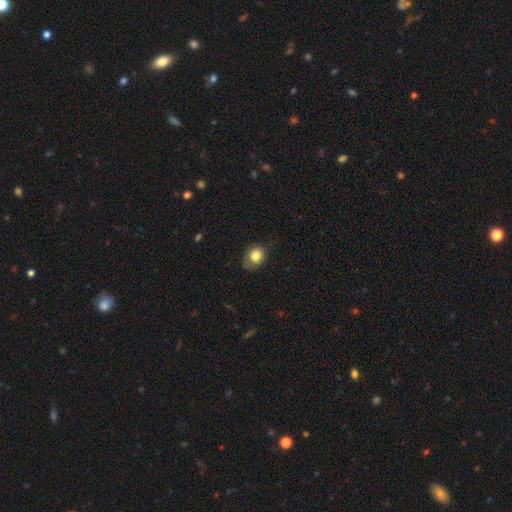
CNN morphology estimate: The model was most divided on "how rounded": round: 55%, in between: 44%, cigar-shaped: 1%. More confident: smooth or featured — smooth (79%); merging — none (57%).